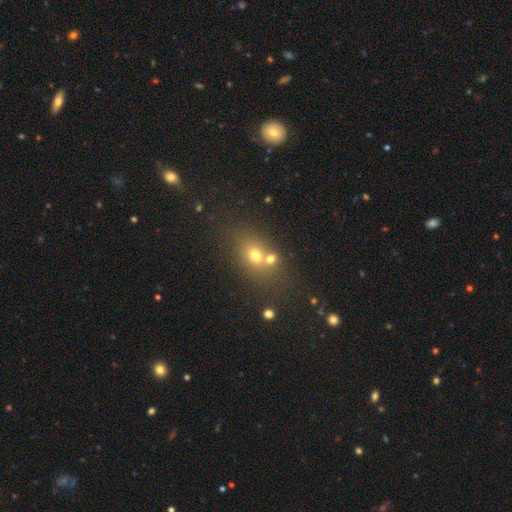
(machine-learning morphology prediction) A smooth galaxy with no disk features (65%) that is in between round and cigar-shaped (55%).

Vote fractions:
- Smooth or featured? smooth: 65% / featured or disk: 18% / star or artifact: 17%
- How rounded? in between: 55% / round: 43% / cigar-shaped: 2%
- Merging? none: 47% / merger: 39% / minor disturbance: 10% / major disturbance: 5%